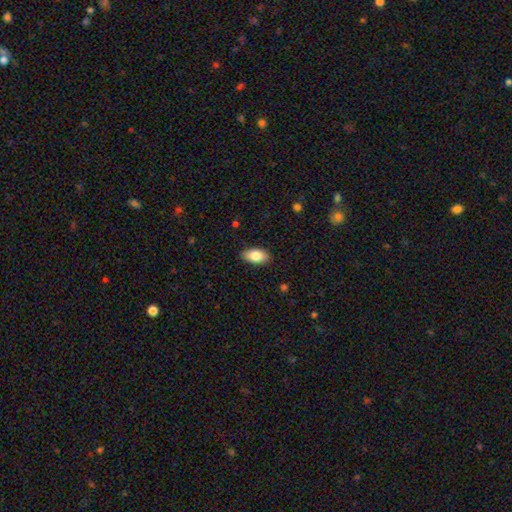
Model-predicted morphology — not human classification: type=smooth (83%); roundness=in between (93%); merging=none (88%).